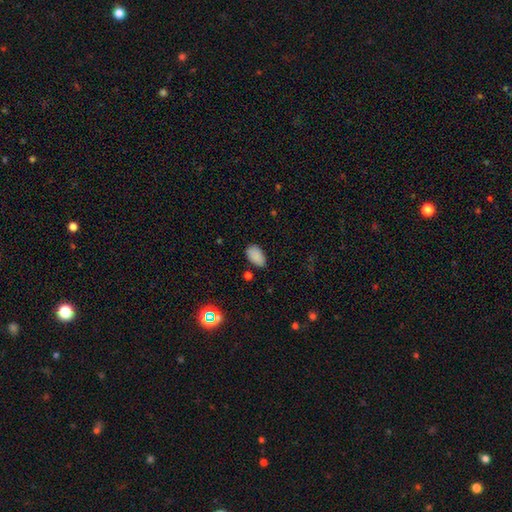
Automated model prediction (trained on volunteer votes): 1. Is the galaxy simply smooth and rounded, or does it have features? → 86% smooth, 10% star or artifact, 4% featured or disk.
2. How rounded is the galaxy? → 93% in between, 6% round, 1% cigar-shaped.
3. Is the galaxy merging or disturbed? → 80% none, 14% minor disturbance, 3% major disturbance, 2% merger.